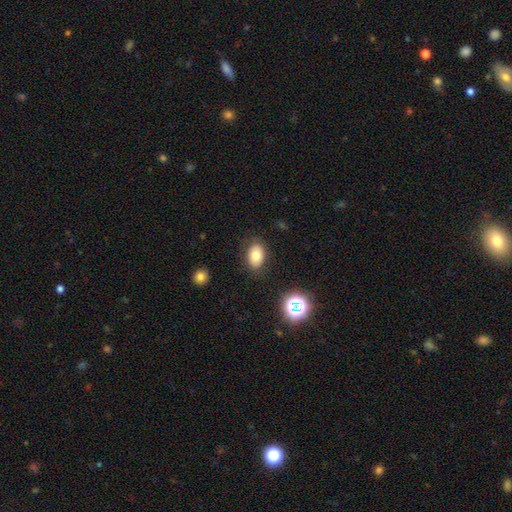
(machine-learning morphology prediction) type=smooth (77%); roundness=in between (87%); merging=none (84%).